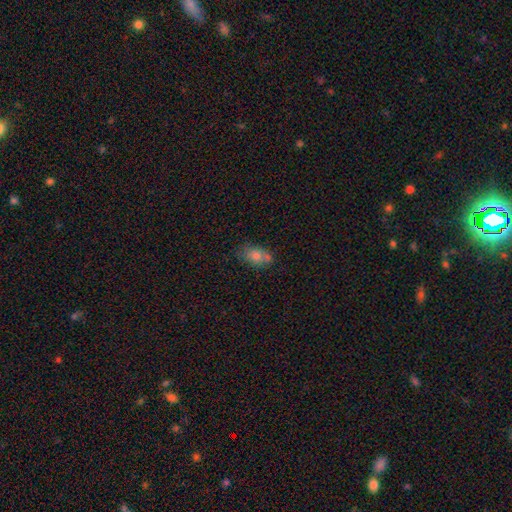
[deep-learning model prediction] Smooth or featured?
  - smooth: 76% *
  - featured or disk: 14%
  - star or artifact: 10%
How rounded?
  - in between: 81% *
  - round: 16%
  - cigar-shaped: 3%
Merging?
  - none: 53% *
  - minor disturbance: 22%
  - merger: 19%
  - major disturbance: 6%